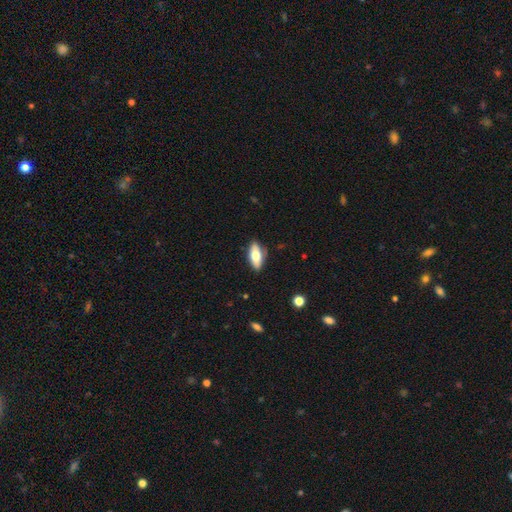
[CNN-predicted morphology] This is likely a smooth galaxy (66%). How rounded: clearly in between (80%). Merging: clearly none (83%).